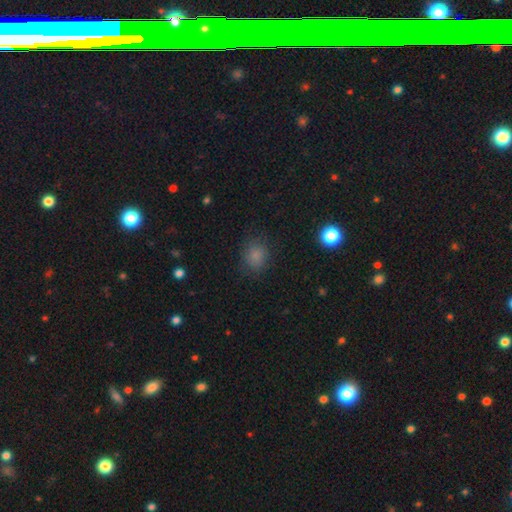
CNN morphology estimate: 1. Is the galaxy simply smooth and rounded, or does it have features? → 82% smooth, 13% star or artifact, 5% featured or disk.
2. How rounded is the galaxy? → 67% round, 32% in between, 1% cigar-shaped.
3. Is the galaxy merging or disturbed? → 82% none, 13% minor disturbance, 4% major disturbance, 1% merger.